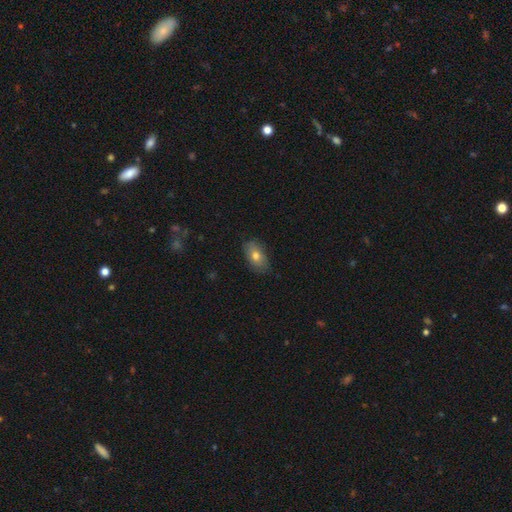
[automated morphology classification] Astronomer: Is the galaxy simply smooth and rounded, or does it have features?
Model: smooth — 74%.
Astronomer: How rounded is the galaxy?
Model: in between — 90%.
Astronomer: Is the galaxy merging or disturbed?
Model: none — 81%.